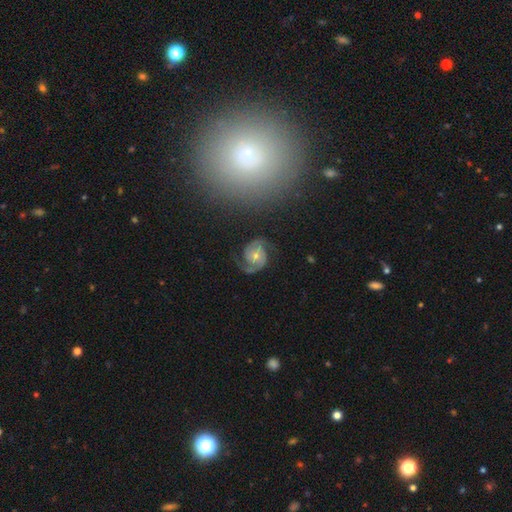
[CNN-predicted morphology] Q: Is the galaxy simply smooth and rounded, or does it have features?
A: featured or disk — 86%.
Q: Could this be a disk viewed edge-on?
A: no — 98%.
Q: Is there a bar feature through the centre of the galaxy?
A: no — 69%.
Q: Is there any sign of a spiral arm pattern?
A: yes — 97%.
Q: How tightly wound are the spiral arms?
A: medium — 45%.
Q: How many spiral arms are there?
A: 2 — 77%.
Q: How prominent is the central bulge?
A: small — 49%.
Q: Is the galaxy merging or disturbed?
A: none — 73%.